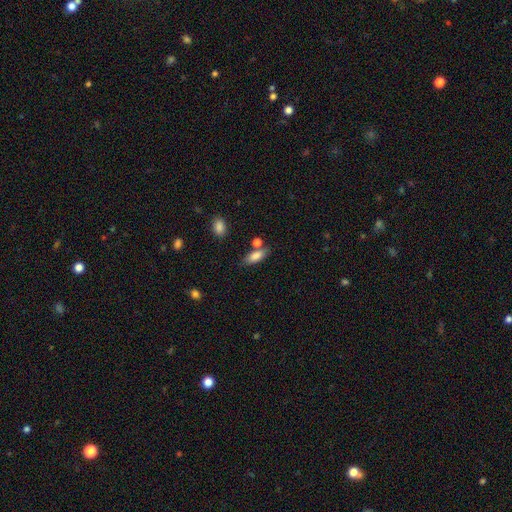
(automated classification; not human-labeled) Overall: smooth (82%). How rounded: in between (75%). Merging: none (67%).